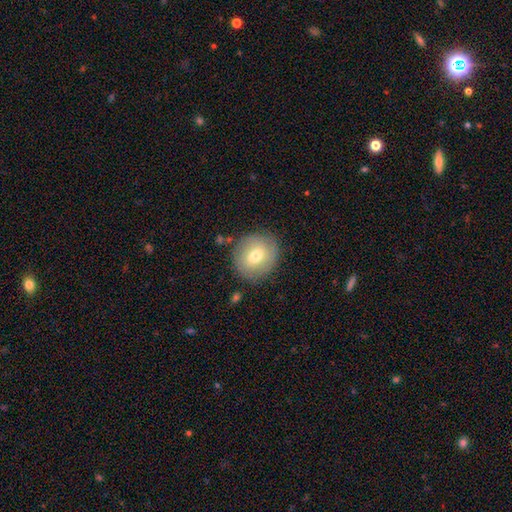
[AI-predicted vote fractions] Morphology: type=smooth (63%); roundness=round (77%); merging=none (83%).